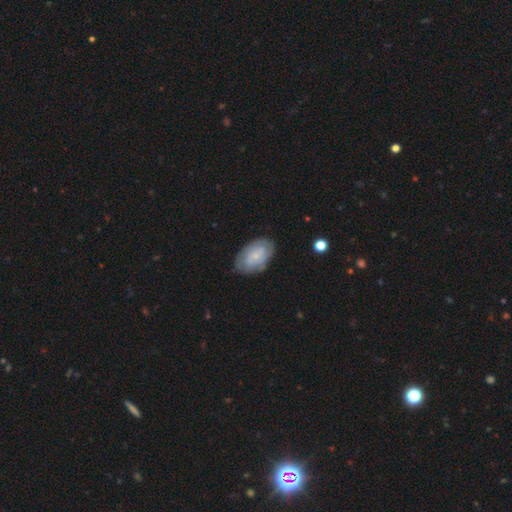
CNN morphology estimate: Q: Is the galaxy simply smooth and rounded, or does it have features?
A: smooth — 51%.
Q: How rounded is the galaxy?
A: in between — 92%.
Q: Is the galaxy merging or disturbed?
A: none — 77%.